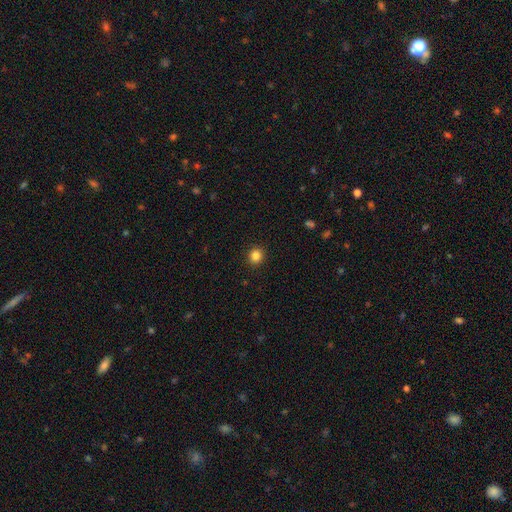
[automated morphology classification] Overall: smooth (85%). How rounded: round (89%). Merging: none (92%).